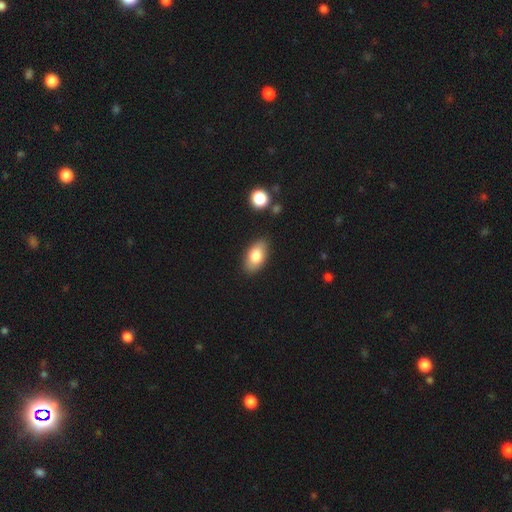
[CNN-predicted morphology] Smooth or featured? smooth (79%)
How rounded? in between (92%)
Merging? none (84%)